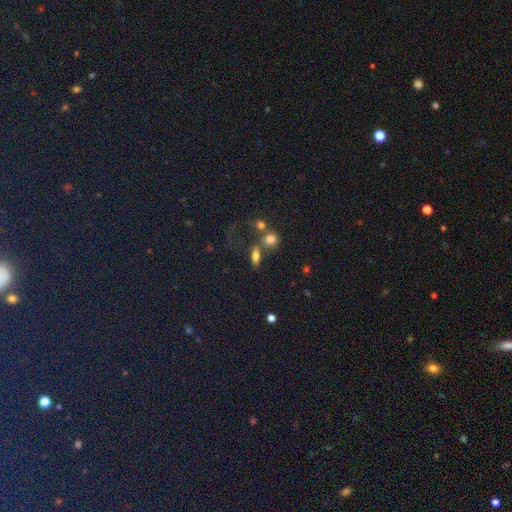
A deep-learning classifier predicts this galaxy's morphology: type=smooth (73%); roundness=in between (69%); merging=none (48%).